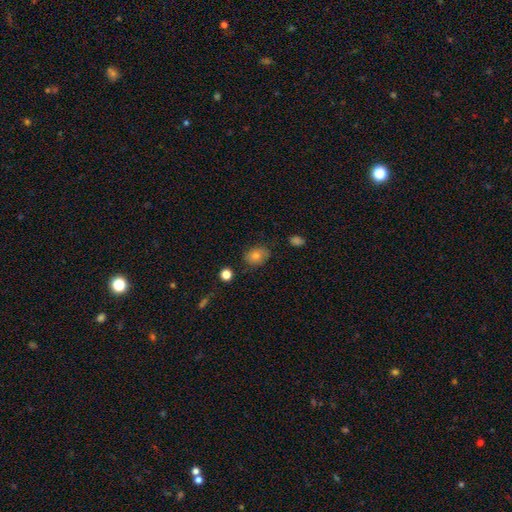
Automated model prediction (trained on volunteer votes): Smooth or featured: smooth — 72% (featured or disk — 15%)
How rounded: in between — 58% (round — 41%)
Merging: none — 74% (minor disturbance — 19%)